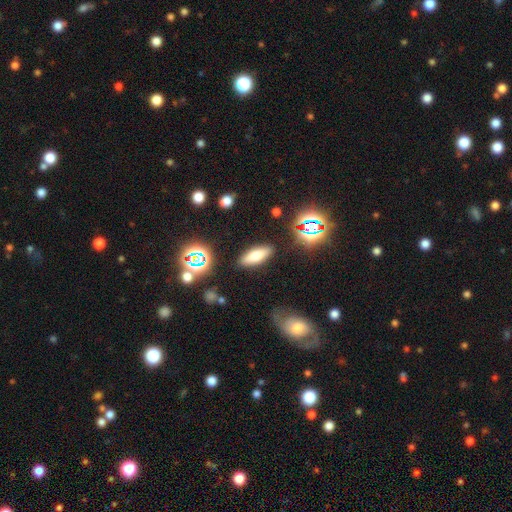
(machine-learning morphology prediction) smooth_or_featured: smooth (p=0.65) [alt: featured or disk p=0.22]
how_rounded: in between (p=0.59) [alt: cigar-shaped p=0.37]
merging: none (p=0.85) [alt: minor disturbance p=0.10]